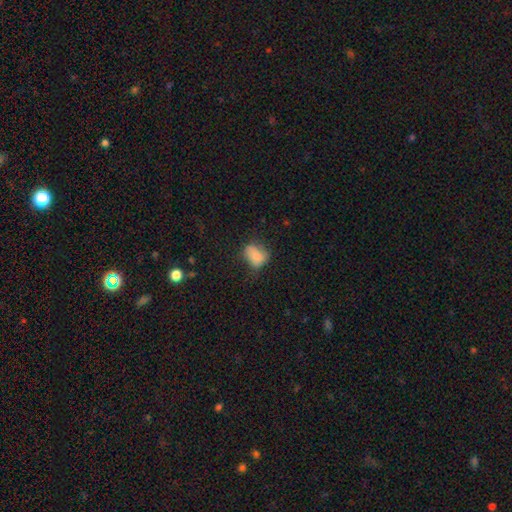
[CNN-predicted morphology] Smooth or featured?
  - smooth: 78% *
  - featured or disk: 12%
  - star or artifact: 10%
How rounded?
  - in between: 72% *
  - round: 26%
  - cigar-shaped: 2%
Merging?
  - none: 44% *
  - minor disturbance: 34%
  - major disturbance: 19%
  - merger: 3%